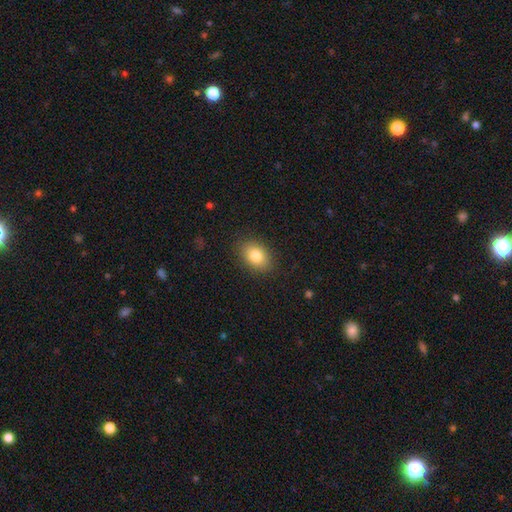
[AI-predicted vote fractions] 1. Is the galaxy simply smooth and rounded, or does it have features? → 82% smooth, 9% featured or disk, 9% star or artifact.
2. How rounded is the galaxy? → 78% in between, 21% round, 1% cigar-shaped.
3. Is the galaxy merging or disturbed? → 87% none, 10% minor disturbance, 3% major disturbance, 1% merger.